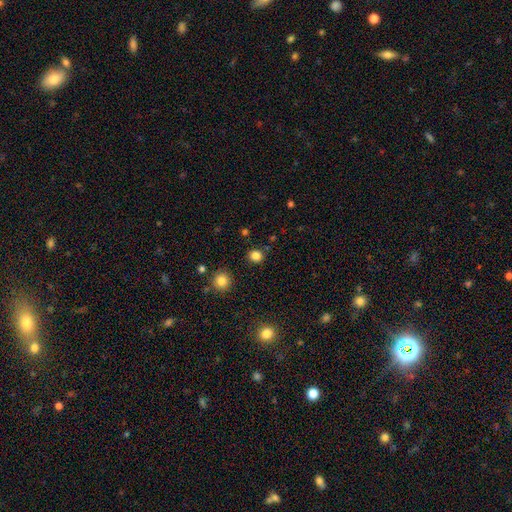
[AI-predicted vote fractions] The model was most divided on "smooth or featured": smooth: 83%, star or artifact: 13%, featured or disk: 4%. More confident: merging — none (88%); how rounded — round (87%).